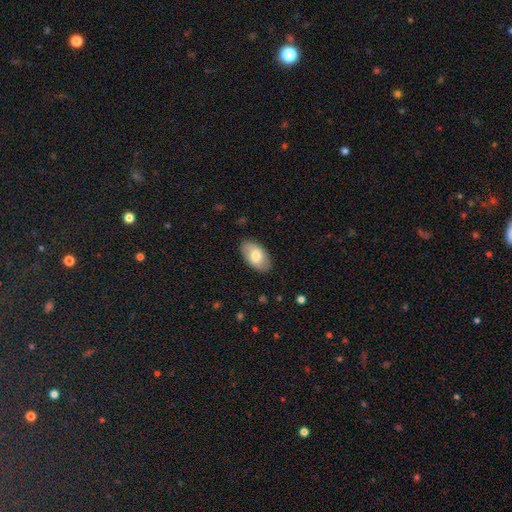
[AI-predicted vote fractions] Smooth or featured: smooth — 72% (featured or disk — 22%)
How rounded: in between — 95% (round — 4%)
Merging: none — 86% (minor disturbance — 11%)